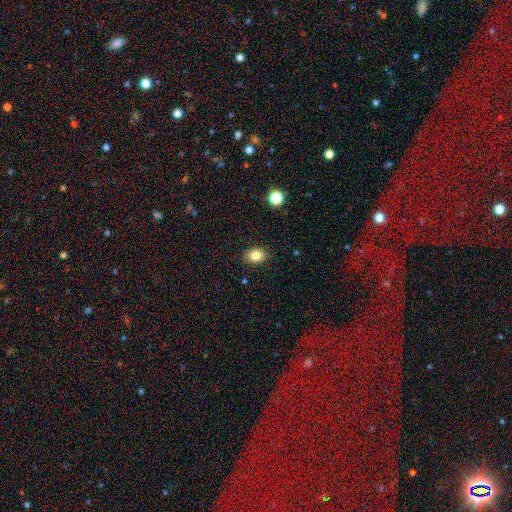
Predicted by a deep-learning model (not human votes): A smooth galaxy with no disk features (83%) that is in between round and cigar-shaped (77%). Merging: none (88%).